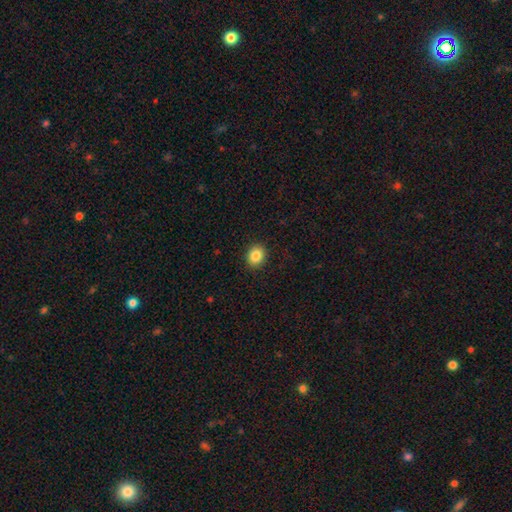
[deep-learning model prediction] A smooth galaxy with no disk features (85%) that is round (62%).

Vote fractions:
- Smooth or featured? smooth: 85% / star or artifact: 9% / featured or disk: 5%
- How rounded? round: 62% / in between: 37% / cigar-shaped: 1%
- Merging? none: 90% / minor disturbance: 7% / major disturbance: 2% / merger: 1%